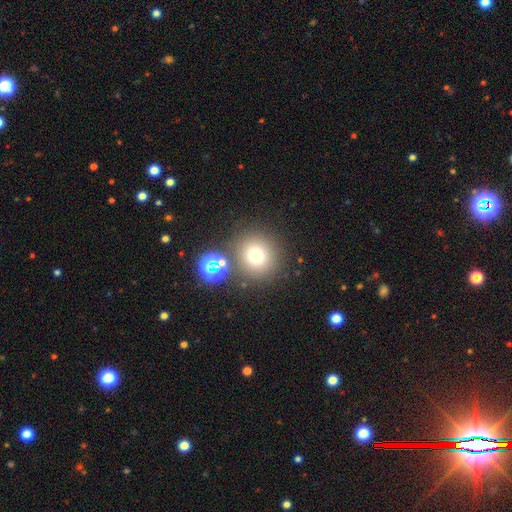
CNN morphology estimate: Smooth or featured? smooth (71%)
How rounded? round (94%)
Merging? none (80%)